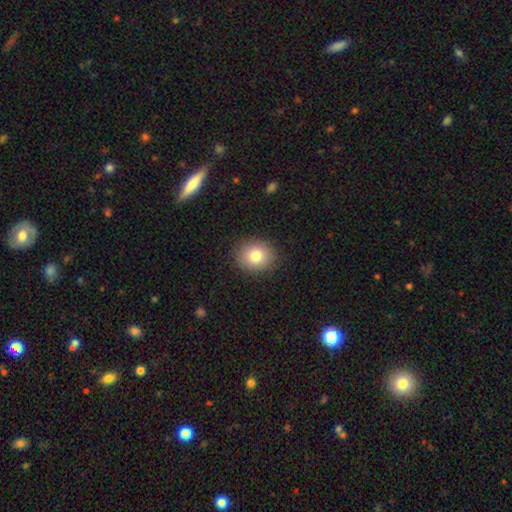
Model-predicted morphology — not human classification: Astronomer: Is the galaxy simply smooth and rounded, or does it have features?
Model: smooth — 79%.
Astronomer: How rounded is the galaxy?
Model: round — 68%.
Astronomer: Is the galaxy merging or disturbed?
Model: none — 89%.